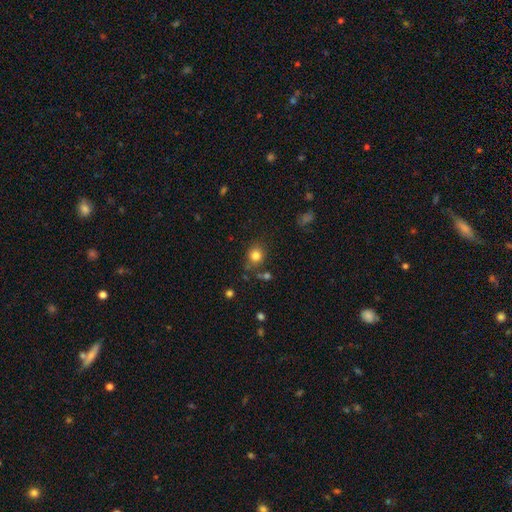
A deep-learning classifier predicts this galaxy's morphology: smooth 82%, star or artifact 12%, featured or disk 6%. Down the decision tree: how rounded — round (79%); merging — none (76%).